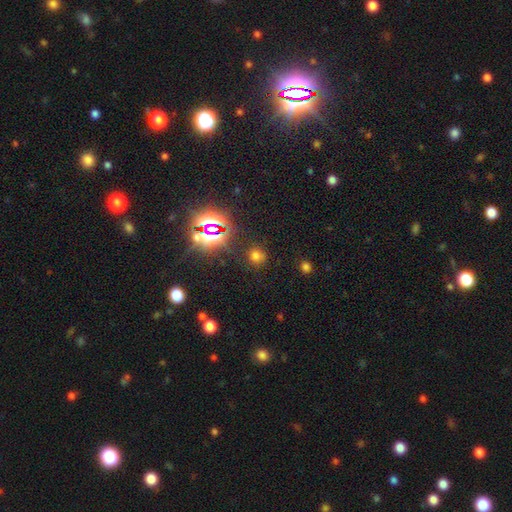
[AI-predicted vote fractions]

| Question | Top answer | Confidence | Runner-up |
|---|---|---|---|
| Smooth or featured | smooth | 60% | star or artifact (33%) |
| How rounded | round | 84% | in between (15%) |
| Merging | none | 81% | minor disturbance (11%) |